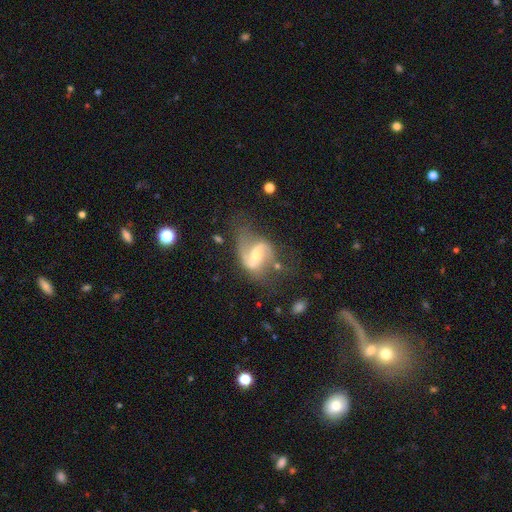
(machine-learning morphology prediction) Smooth or featured? featured or disk (85%)
Edge-on disk? no (97%)
Bar? weak (46%)
Spiral arms? yes (95%)
Spiral winding? loose (53%)
Spiral arm count? 2 (89%)
Bulge size? moderate (48%)
Merging? none (52%)